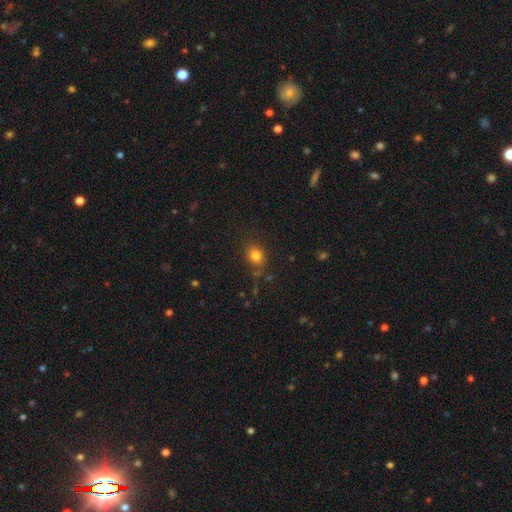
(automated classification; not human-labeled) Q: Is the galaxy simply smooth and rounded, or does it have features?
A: smooth — 81%.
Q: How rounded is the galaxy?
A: round — 56%.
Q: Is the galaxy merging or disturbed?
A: none — 78%.